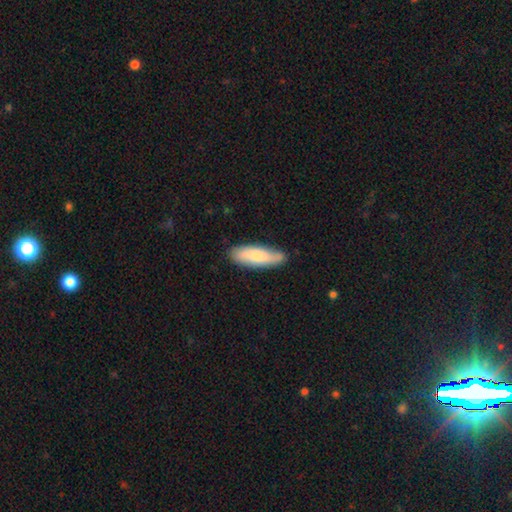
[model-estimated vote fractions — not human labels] Smooth or featured? smooth (69%)
How rounded? in between (54%)
Merging? none (78%)